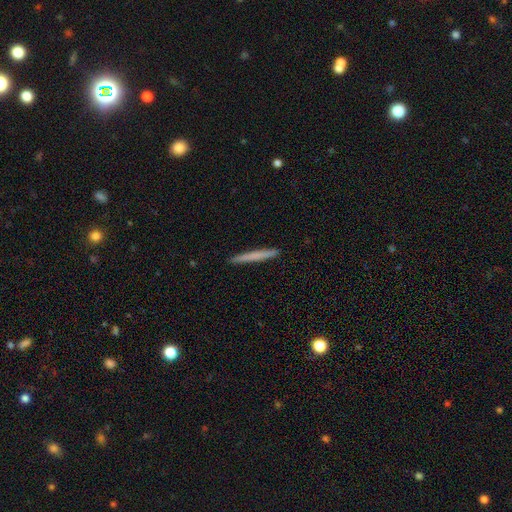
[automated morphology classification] Overall: smooth (63%; featured or disk 31%). How rounded: cigar-shaped (97%). Merging: none (92%).